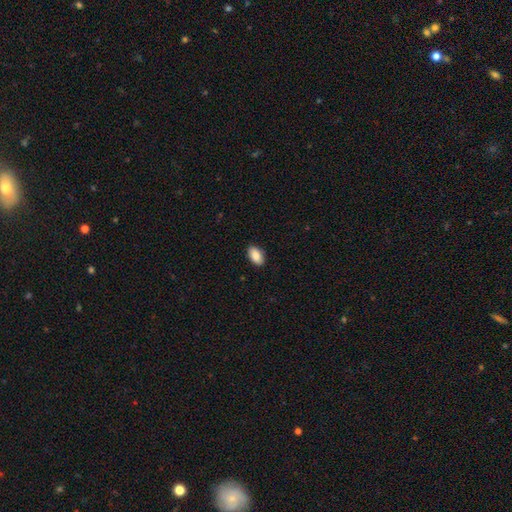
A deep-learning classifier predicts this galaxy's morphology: This is clearly a smooth galaxy (87%). How rounded: clearly in between (93%). Merging: clearly none (89%).